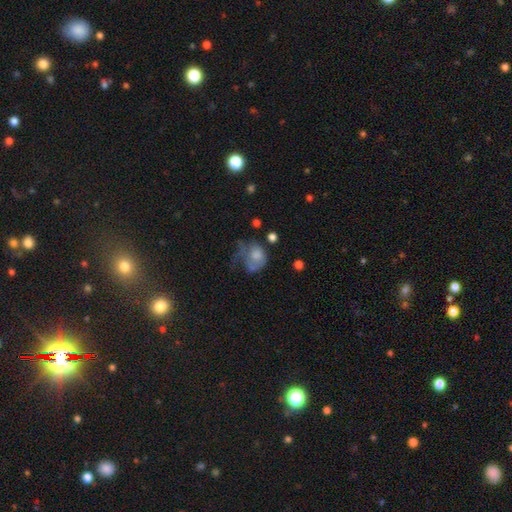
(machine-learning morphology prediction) This is likely a smooth galaxy (62%). How rounded: possibly round (51%). Merging: marginally major disturbance (44%).